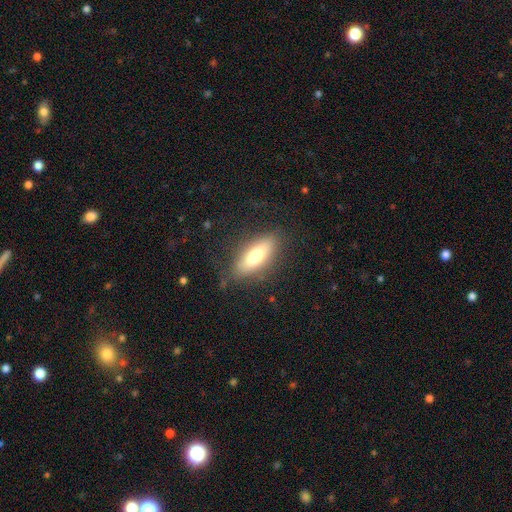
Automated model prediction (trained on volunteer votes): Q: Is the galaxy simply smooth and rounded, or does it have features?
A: smooth — 67%.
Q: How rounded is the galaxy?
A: in between — 66%.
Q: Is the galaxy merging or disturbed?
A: none — 81%.